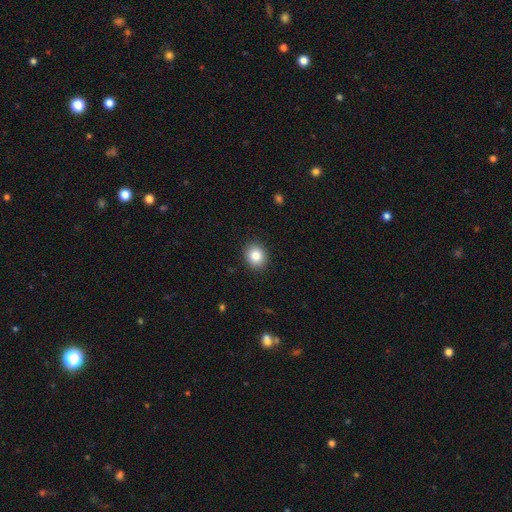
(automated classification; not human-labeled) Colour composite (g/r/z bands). It shows a smooth galaxy with no disk features (84%) that is round (69%). Merging: none (90%).